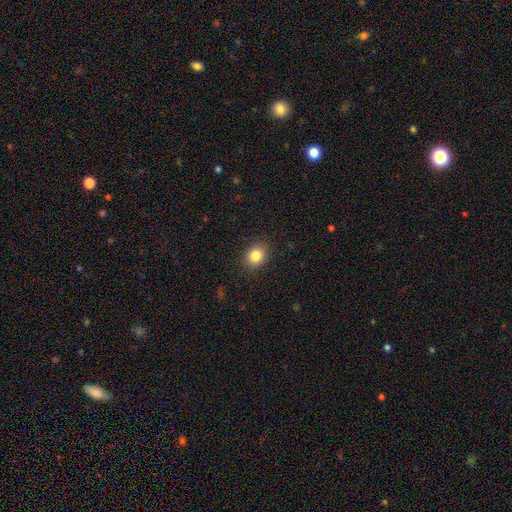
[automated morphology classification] Smooth or featured? smooth (84%)
How rounded? round (58%)
Merging? none (89%)